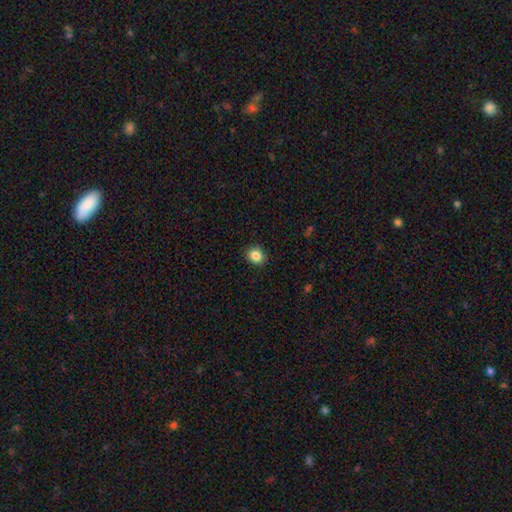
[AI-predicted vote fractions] Smooth or featured?
  - smooth: 86% *
  - star or artifact: 10%
  - featured or disk: 4%
How rounded?
  - round: 69% *
  - in between: 30%
  - cigar-shaped: 1%
Merging?
  - none: 90% *
  - minor disturbance: 7%
  - major disturbance: 2%
  - merger: 1%